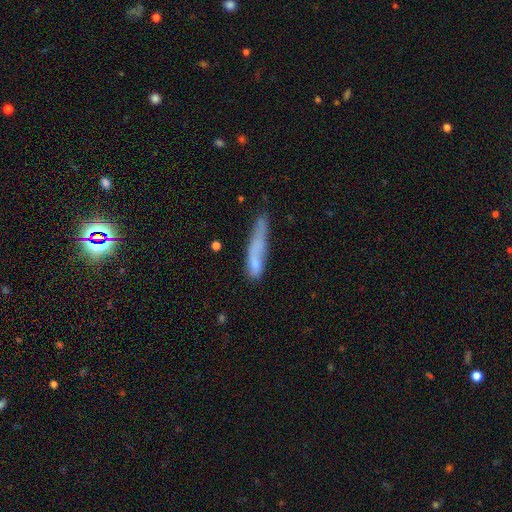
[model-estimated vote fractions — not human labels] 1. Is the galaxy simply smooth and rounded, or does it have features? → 66% smooth, 25% featured or disk, 9% star or artifact.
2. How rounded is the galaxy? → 86% cigar-shaped, 12% in between, 2% round.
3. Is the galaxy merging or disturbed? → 47% none, 27% minor disturbance, 14% major disturbance, 11% merger.